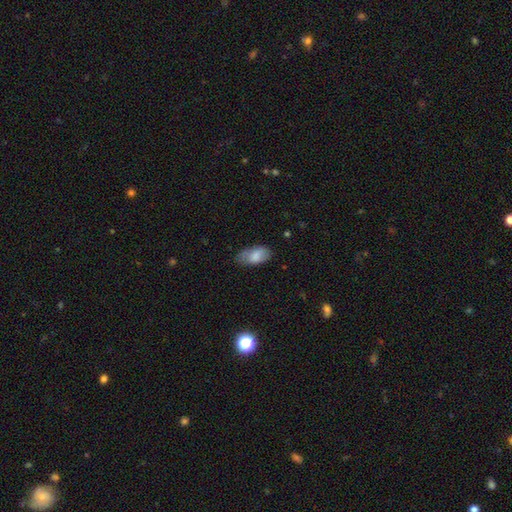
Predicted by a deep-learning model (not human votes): Smooth or featured? smooth (80%)
How rounded? in between (93%)
Merging? none (63%)